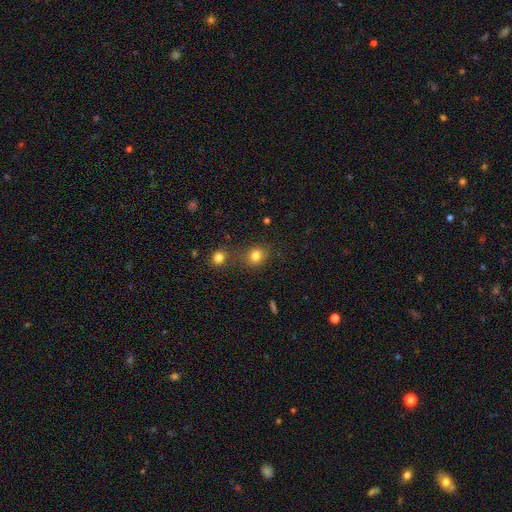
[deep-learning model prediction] A smooth galaxy with no disk features (80%) that is round (73%).

Vote fractions:
- Smooth or featured? smooth: 80% / star or artifact: 14% / featured or disk: 6%
- How rounded? round: 73% / in between: 26% / cigar-shaped: 1%
- Merging? none: 71% / merger: 13% / minor disturbance: 11% / major disturbance: 4%